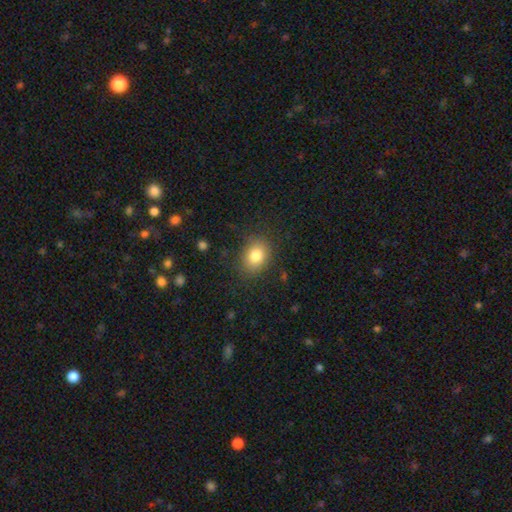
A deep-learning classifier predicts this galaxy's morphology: A smooth galaxy with no disk features (82%) that is in between round and cigar-shaped (55%). Merging: none (83%).